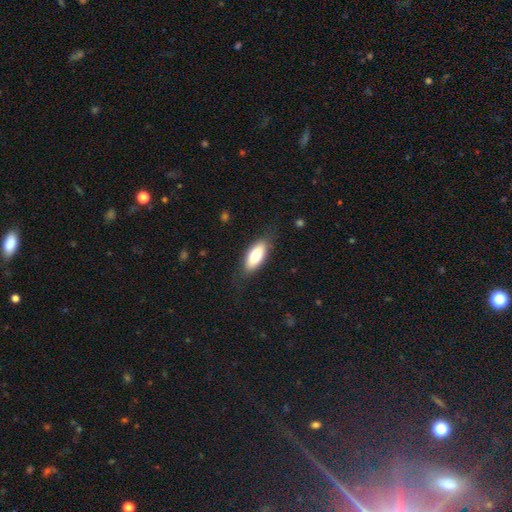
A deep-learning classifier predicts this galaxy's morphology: This appears to be a smooth galaxy with no disk features (77%) that is in between round and cigar-shaped (79%). Merging: none (79%).